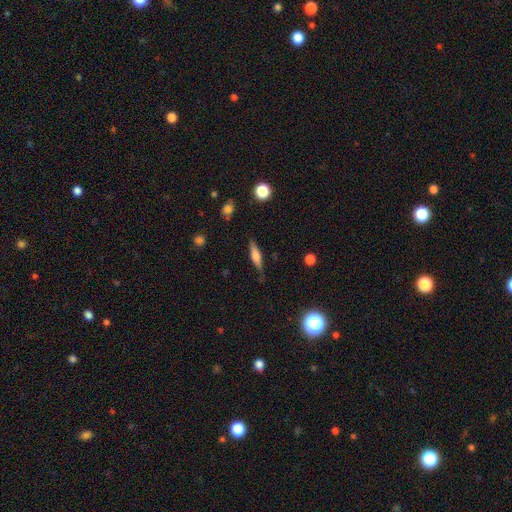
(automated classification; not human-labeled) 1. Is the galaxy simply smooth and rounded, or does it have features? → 49% featured or disk, 43% smooth, 8% star or artifact.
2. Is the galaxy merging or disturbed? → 81% none, 14% minor disturbance, 3% major disturbance, 2% merger.